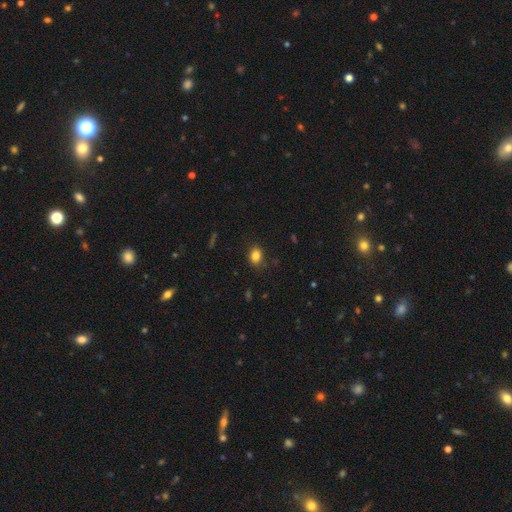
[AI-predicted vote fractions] This is clearly a smooth galaxy (84%). How rounded: likely in between (68%). Merging: clearly none (84%).